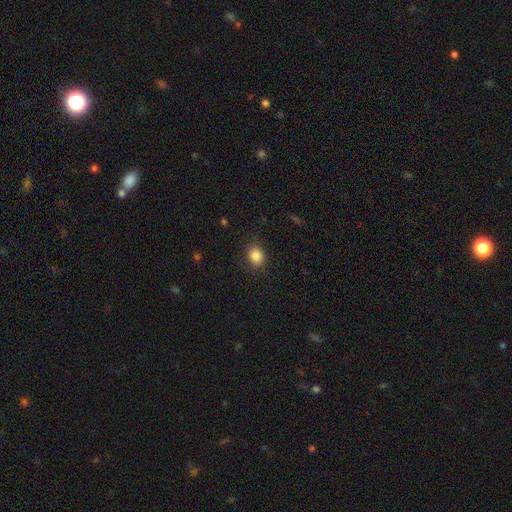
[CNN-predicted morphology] A smooth galaxy with no disk features (86%) that is round (57%).

Vote fractions:
- Smooth or featured? smooth: 86% / star or artifact: 10% / featured or disk: 4%
- How rounded? round: 57% / in between: 42% / cigar-shaped: 1%
- Merging? none: 87% / minor disturbance: 9% / major disturbance: 3% / merger: 1%